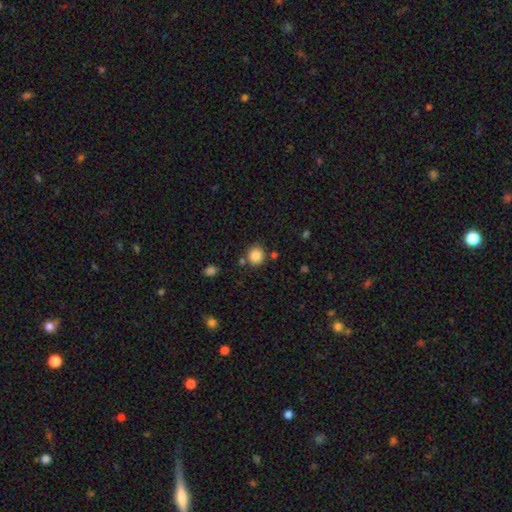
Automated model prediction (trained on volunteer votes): Smooth or featured? Predicted: smooth (p=0.87). How rounded? Predicted: round (p=0.86). Merging? Predicted: none (p=0.81).